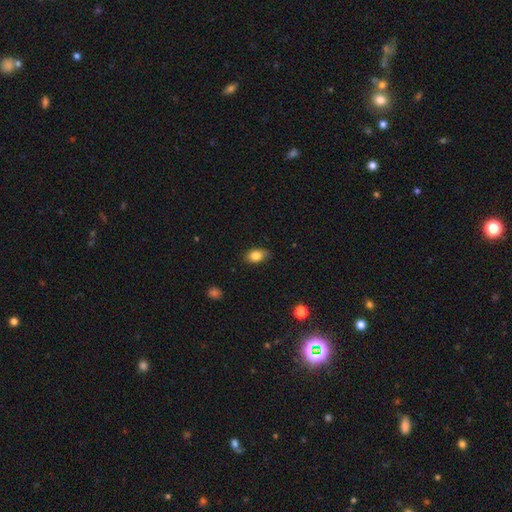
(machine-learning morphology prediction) Smooth or featured? smooth (83%)
How rounded? in between (84%)
Merging? none (80%)